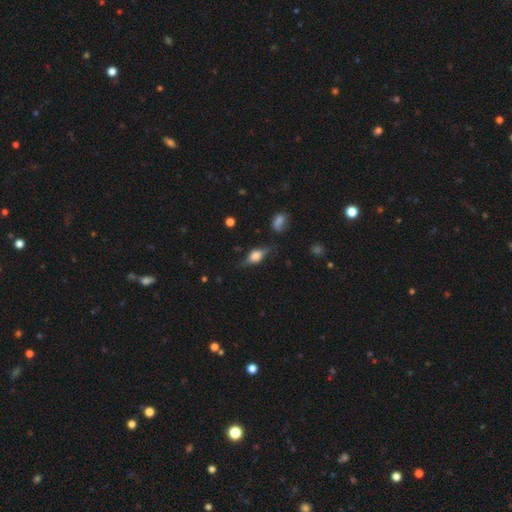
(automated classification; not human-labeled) This is possibly a featured or disk galaxy (57%). It is clearly viewed edge-on (91%). Edge-on bulge: clearly rounded (90%). Merging: likely none (72%).